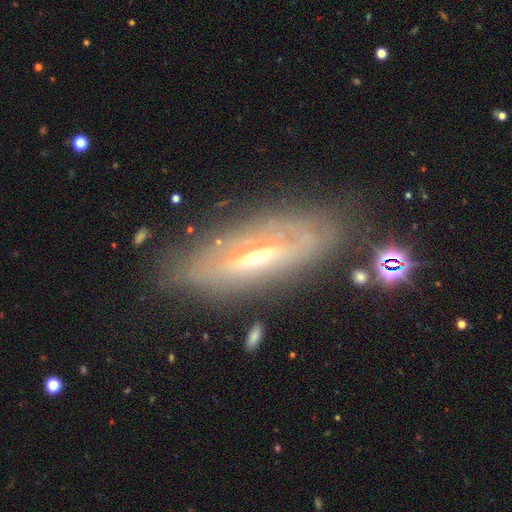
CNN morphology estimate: type=featured or disk (71%); edge-on=no (55%); merging=none (69%).